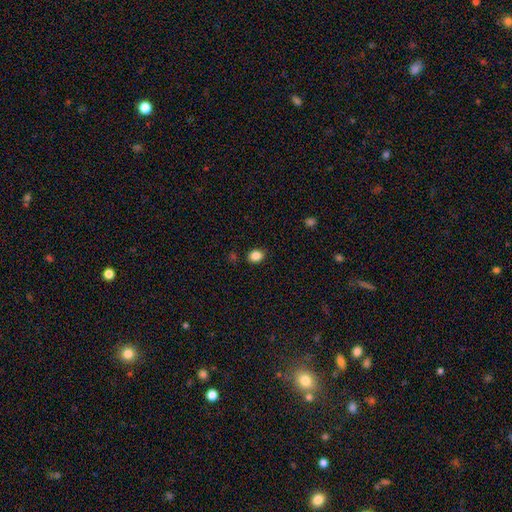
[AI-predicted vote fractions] smooth_or_featured: smooth (p=0.85) [alt: star or artifact p=0.11]
how_rounded: round (p=0.52) [alt: in between p=0.47]
merging: none (p=0.86) [alt: minor disturbance p=0.10]